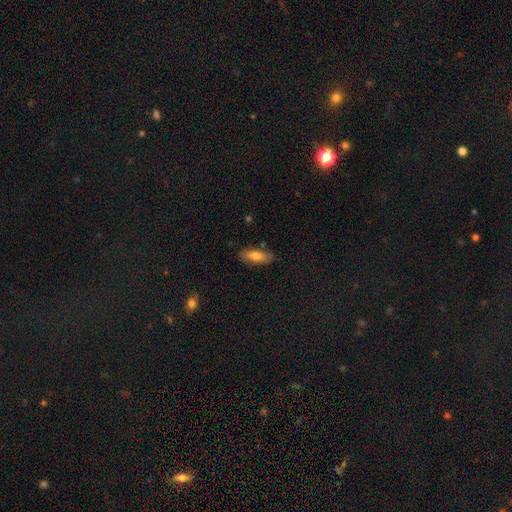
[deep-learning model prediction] Smooth or featured?
  - smooth: 71% *
  - featured or disk: 22%
  - star or artifact: 7%
How rounded?
  - in between: 67% *
  - cigar-shaped: 30%
  - round: 3%
Merging?
  - none: 82% *
  - minor disturbance: 14%
  - major disturbance: 3%
  - merger: 2%